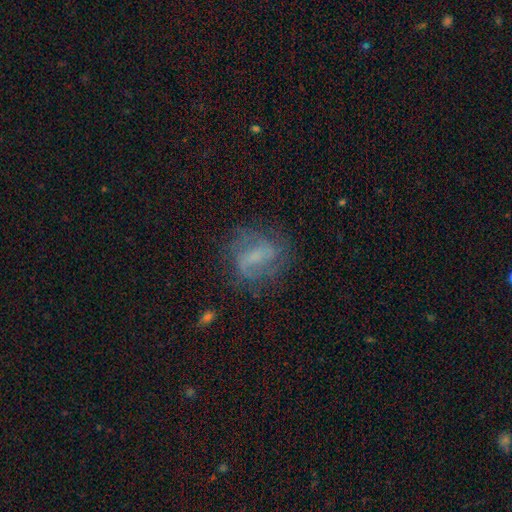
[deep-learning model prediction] smooth-or-featured: featured or disk: 65% | smooth: 24% | star or artifact: 11%
  disk-edge-on: no: 96% | yes: 4%
    bar: weak: 48% | strong: 28% | no: 25%
    has-spiral-arms: yes: 82% | no: 18%
      spiral-winding: medium: 45% | loose: 27% | tight: 27%
      spiral-arm-count: 2: 63% | can't tell: 22% | 3: 6% | 1: 5% | 4: 2% | more than 4: 2%
    bulge-size: small: 42% | none: 34% | moderate: 19% | large: 4% | dominant: 1%
  merging: none: 68% | minor disturbance: 18% | major disturbance: 13% | merger: 2%